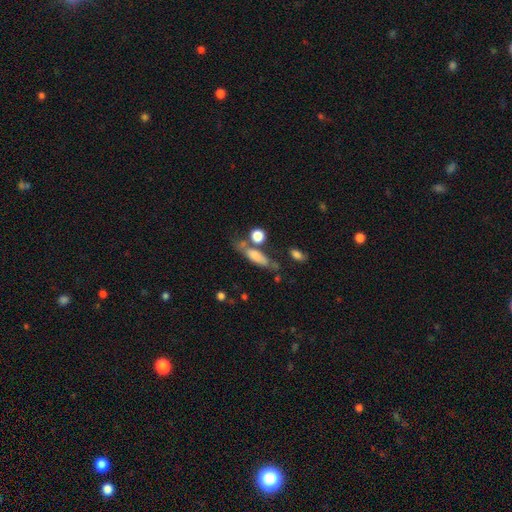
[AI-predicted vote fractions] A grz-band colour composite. It shows a smooth galaxy with no disk features (71%) that is cigar-shaped (50%). Merging: none (53%).